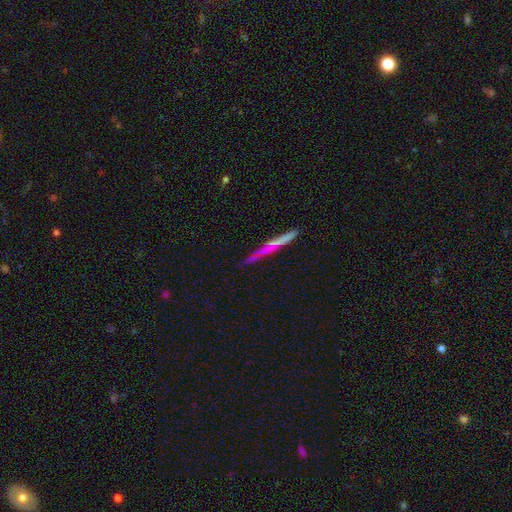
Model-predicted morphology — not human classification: type=smooth (47%); merging=none (81%).